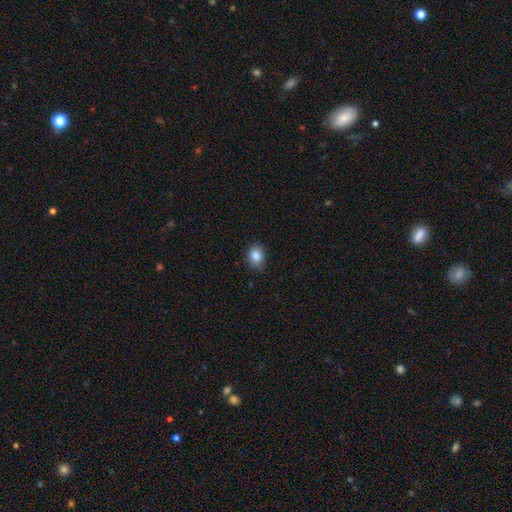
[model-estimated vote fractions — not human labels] smooth 86%, star or artifact 9%, featured or disk 4%. Down the decision tree: how rounded — in between (50%); merging — none (85%).